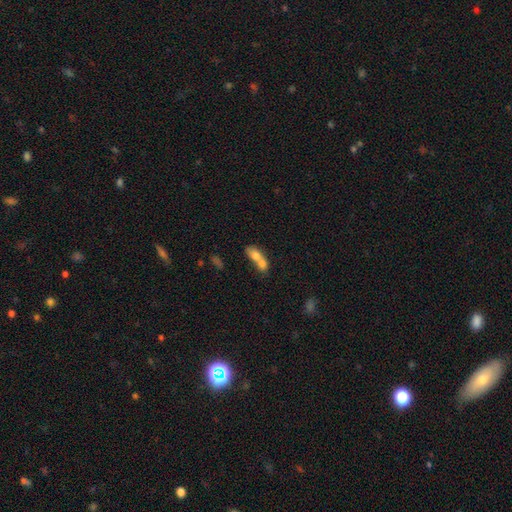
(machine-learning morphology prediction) The model was most divided on "smooth or featured": smooth: 70%, featured or disk: 21%, star or artifact: 9%. More confident: merging — merger (76%); how rounded — in between (69%).